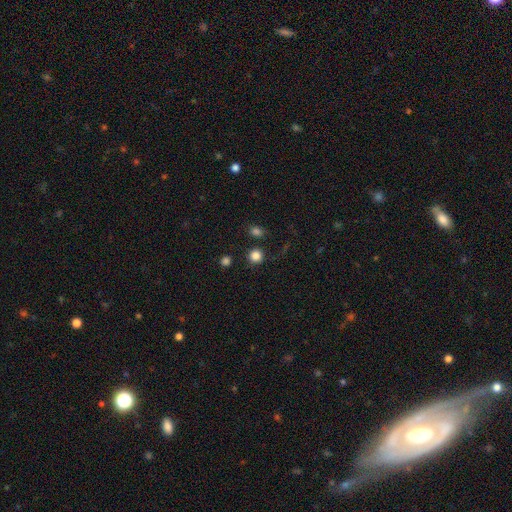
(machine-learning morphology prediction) Smooth or featured? Predicted: smooth (p=0.84). How rounded? Predicted: round (p=0.92). Merging? Predicted: none (p=0.86).